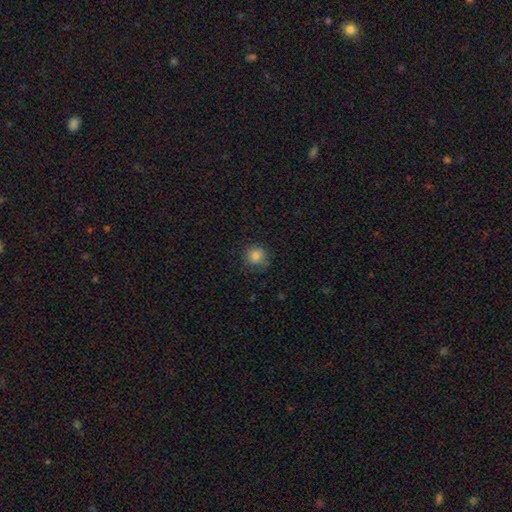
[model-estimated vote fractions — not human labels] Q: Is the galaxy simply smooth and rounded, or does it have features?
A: smooth — 84%.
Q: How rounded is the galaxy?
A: round — 92%.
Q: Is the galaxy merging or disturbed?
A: none — 81%.